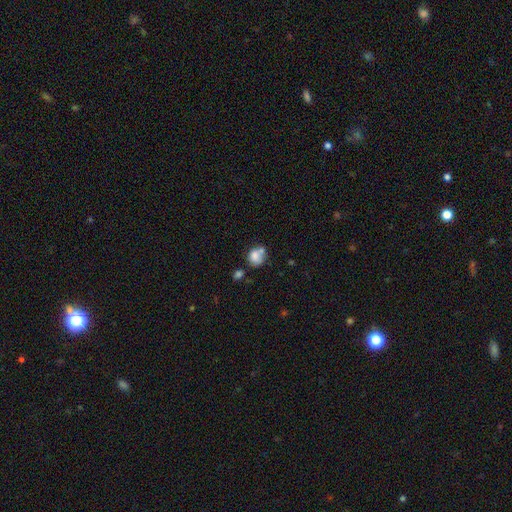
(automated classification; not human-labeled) Overall: smooth (77%). How rounded: round (61%; in between 38%). Merging: none (39%; merger 36%).